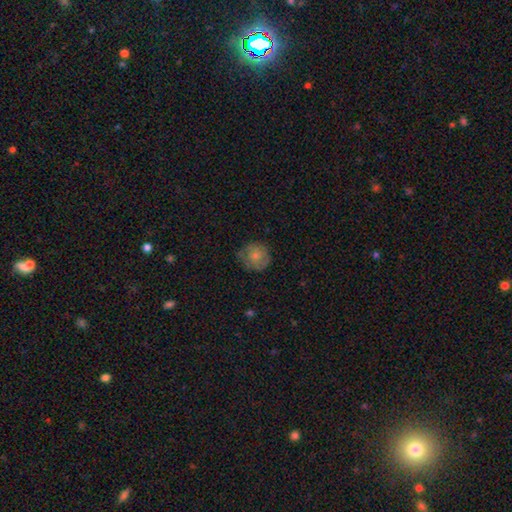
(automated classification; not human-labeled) Smooth or featured? Predicted: smooth (p=0.69). How rounded? Predicted: round (p=0.90). Merging? Predicted: none (p=0.69).